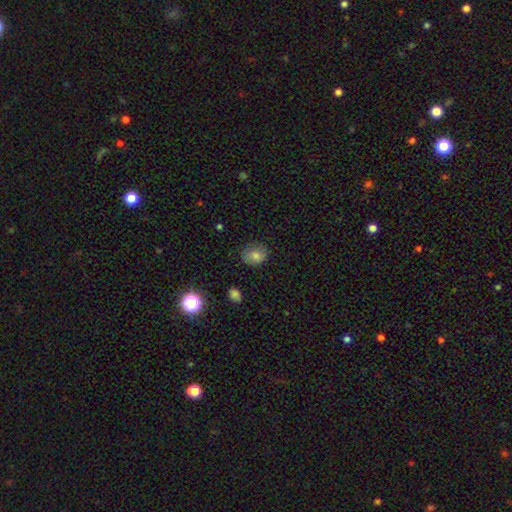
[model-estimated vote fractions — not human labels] smooth 72%, featured or disk 16%, star or artifact 12%. Down the decision tree: how rounded — round (57%); merging — none (76%).